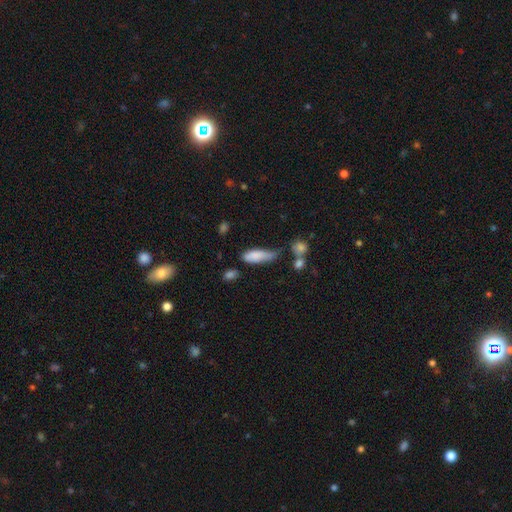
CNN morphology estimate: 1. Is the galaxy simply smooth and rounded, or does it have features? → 81% smooth, 11% featured or disk, 8% star or artifact.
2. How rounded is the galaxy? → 60% in between, 38% cigar-shaped, 2% round.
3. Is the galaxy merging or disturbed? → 40% minor disturbance, 35% none, 16% major disturbance, 9% merger.